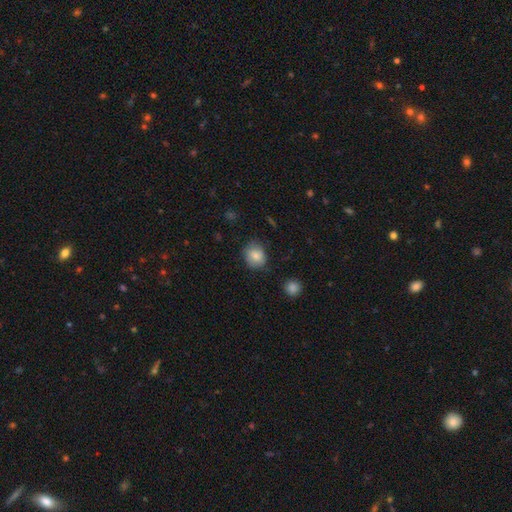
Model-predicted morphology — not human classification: The model was most divided on "how rounded": round: 67%, in between: 33%, cigar-shaped: 1%. More confident: smooth or featured — smooth (83%); merging — none (75%).